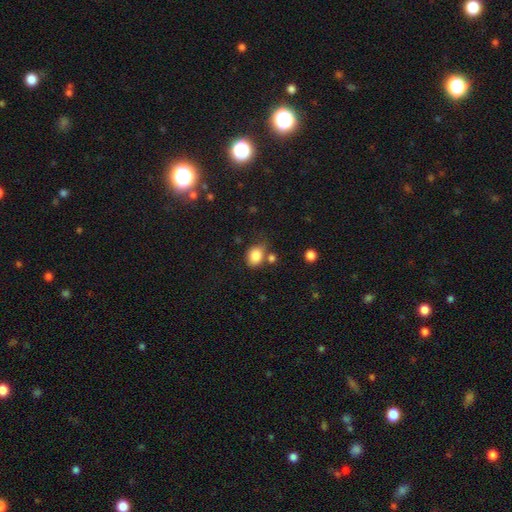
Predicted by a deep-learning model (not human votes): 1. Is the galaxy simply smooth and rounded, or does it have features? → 85% smooth, 9% star or artifact, 6% featured or disk.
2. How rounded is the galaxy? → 57% in between, 42% round, 1% cigar-shaped.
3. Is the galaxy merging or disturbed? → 57% none, 22% minor disturbance, 14% merger, 7% major disturbance.